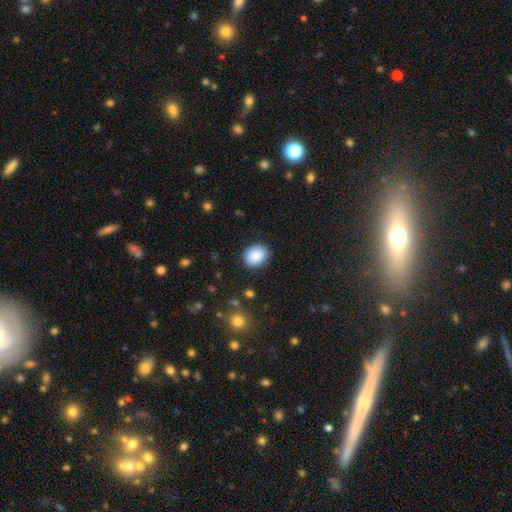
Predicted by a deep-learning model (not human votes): A smooth galaxy with no disk features (89%) that is in between round and cigar-shaped (51%).

Vote fractions:
- Smooth or featured? smooth: 89% / star or artifact: 7% / featured or disk: 4%
- How rounded? in between: 51% / round: 48% / cigar-shaped: 1%
- Merging? none: 87% / minor disturbance: 10% / major disturbance: 3% / merger: 1%